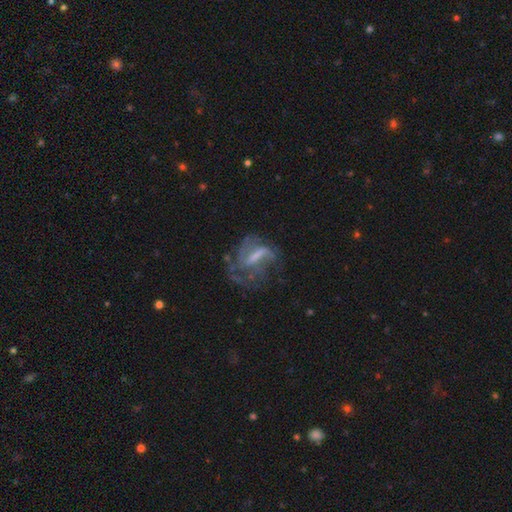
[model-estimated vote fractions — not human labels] This is likely a featured or disk galaxy (74%). It is clearly not viewed edge-on (93%). Bar: possibly strong (48%). Spiral arm pattern: likely yes (73%). Central bulge: marginally none (33%). Merging: marginally none (40%).